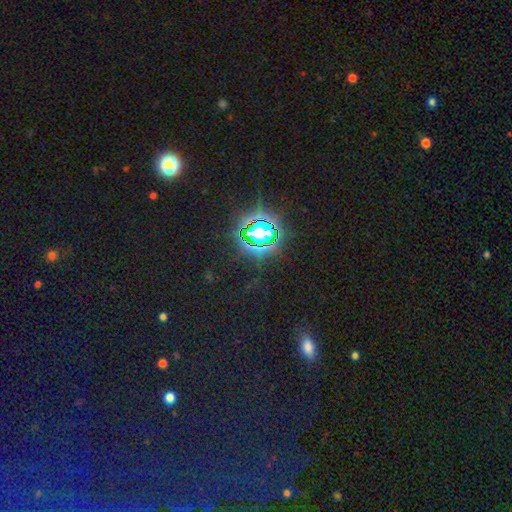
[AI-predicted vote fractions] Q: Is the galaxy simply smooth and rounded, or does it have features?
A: star or artifact — 77%.